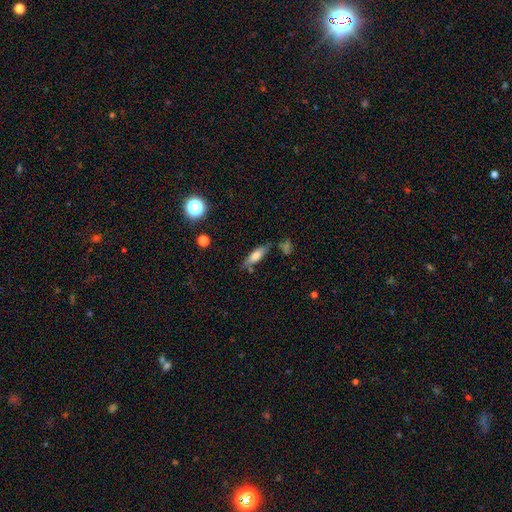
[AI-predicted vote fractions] Overall: smooth (66%; featured or disk 27%). How rounded: cigar-shaped (52%; in between 46%). Merging: none (70%).